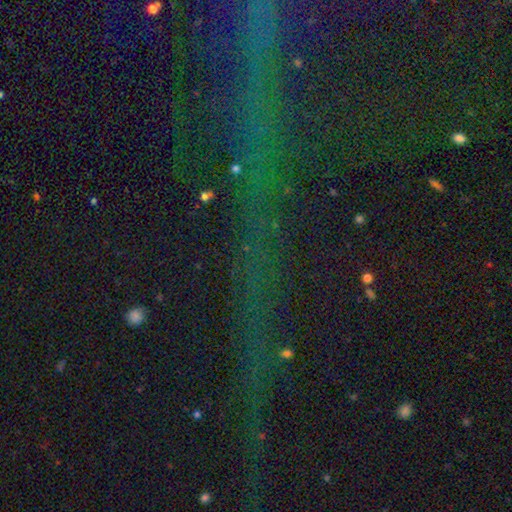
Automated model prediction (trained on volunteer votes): Morphology: type=star or artifact (74%).